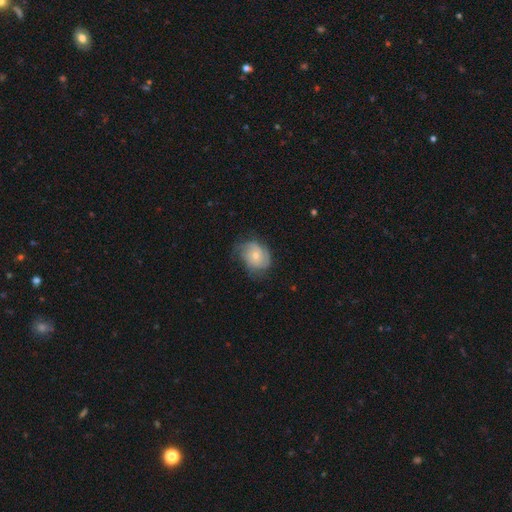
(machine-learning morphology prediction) This appears to be a featured or disk galaxy (65%) with no bar (79%), can't tell (30%, tied with 2) tight (51%) spiral arms (88%) and a small central bulge (51%). Merging: none (56%).